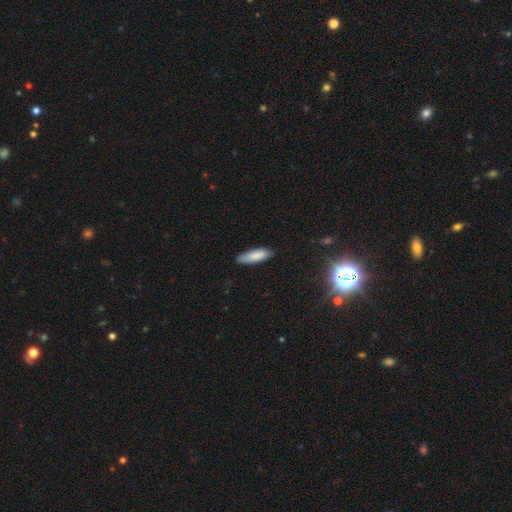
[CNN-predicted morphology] This appears to be a smooth galaxy with no disk features (85%) that is in between round and cigar-shaped (50%). Merging: none (81%).